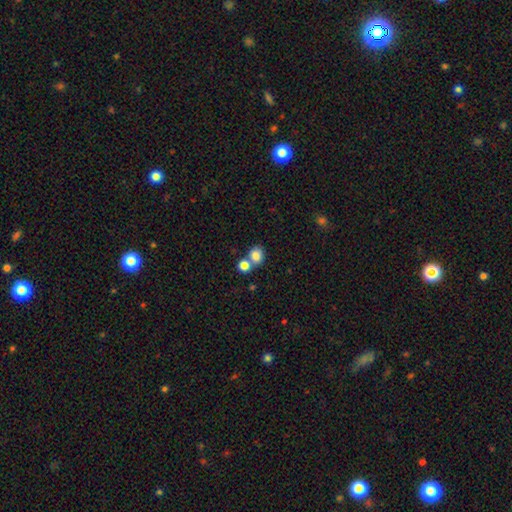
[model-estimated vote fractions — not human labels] smooth-or-featured: smooth: 83% | star or artifact: 10% | featured or disk: 7%
  how-rounded: round: 65% | in between: 34% | cigar-shaped: 1%
  merging: none: 48% | merger: 41% | minor disturbance: 8% | major disturbance: 3%